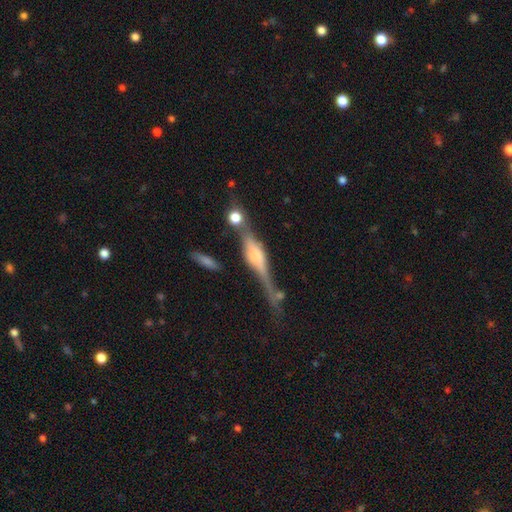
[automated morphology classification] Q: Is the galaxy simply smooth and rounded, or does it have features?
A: featured or disk — 80%.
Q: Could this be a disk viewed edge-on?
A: yes — 96%.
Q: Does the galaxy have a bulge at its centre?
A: rounded — 74%.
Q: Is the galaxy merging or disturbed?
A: none — 63%.